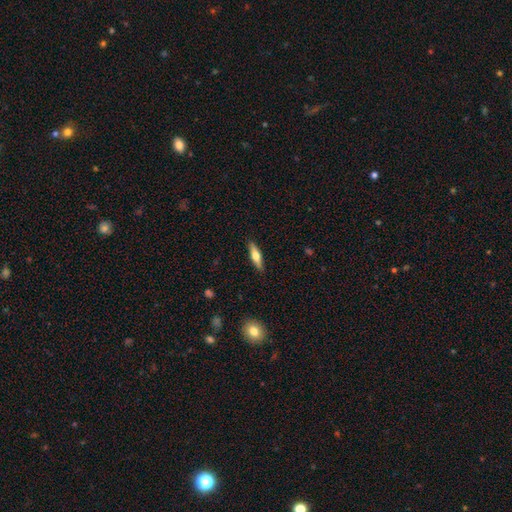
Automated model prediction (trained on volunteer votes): The model was most divided on "smooth or featured" (2-way tie): smooth: 47%, featured or disk: 47%, star or artifact: 6%. More confident: merging — none (89%).